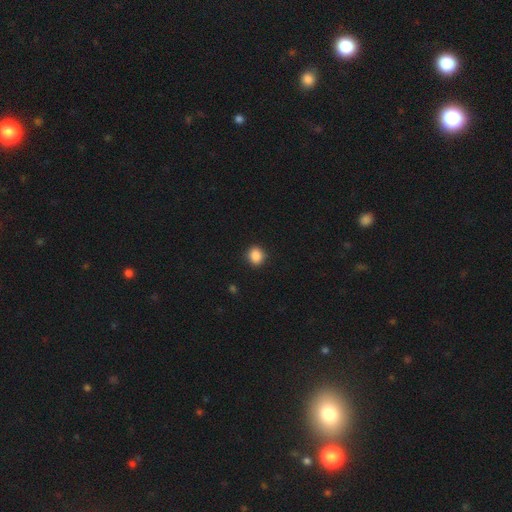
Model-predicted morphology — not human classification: The model was most divided on "how rounded": round: 73%, in between: 26%, cigar-shaped: 1%. More confident: merging — none (89%); smooth or featured — smooth (88%).